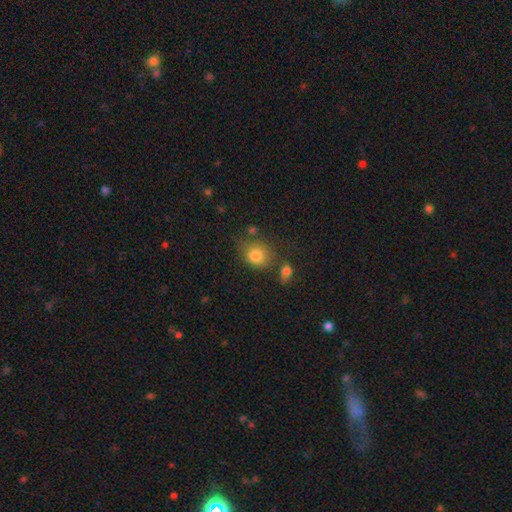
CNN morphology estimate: This appears to be a smooth galaxy with no disk features (82%) that is round (73%). Merging: none (65%).